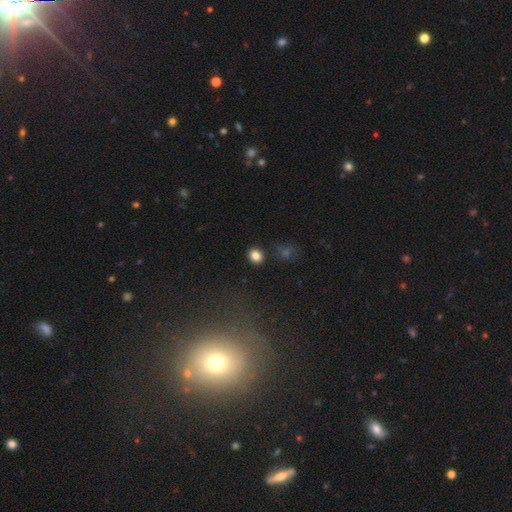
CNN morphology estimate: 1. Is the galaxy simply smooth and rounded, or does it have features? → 83% smooth, 12% star or artifact, 5% featured or disk.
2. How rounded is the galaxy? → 50% round, 49% in between, 1% cigar-shaped.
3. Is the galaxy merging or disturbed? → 85% none, 9% minor disturbance, 3% merger, 3% major disturbance.